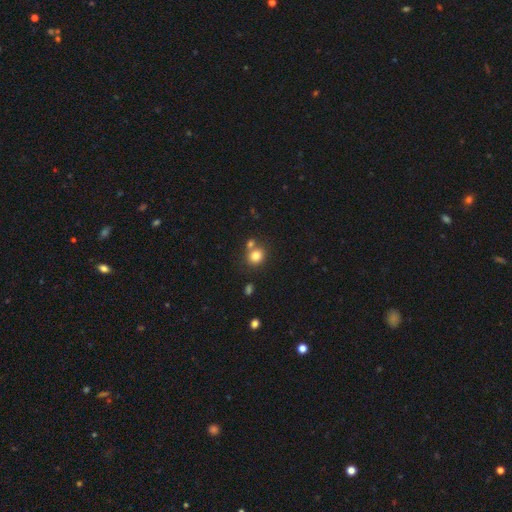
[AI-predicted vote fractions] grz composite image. It shows a smooth galaxy with no disk features (81%) that is round (75%). Merging: none (61%).